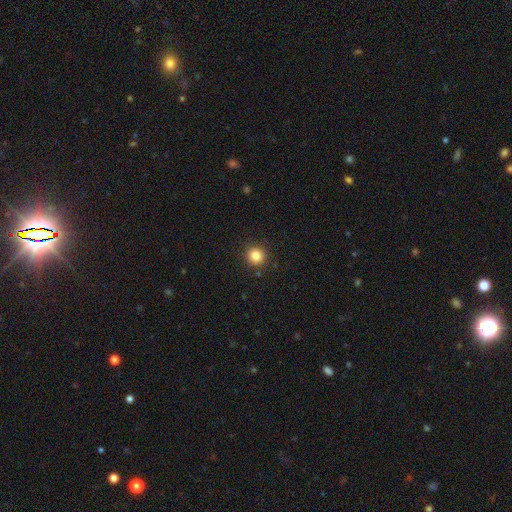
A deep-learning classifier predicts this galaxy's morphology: Smooth or featured: smooth — 84% (star or artifact — 12%)
How rounded: round — 92% (in between — 7%)
Merging: none — 90% (minor disturbance — 7%)